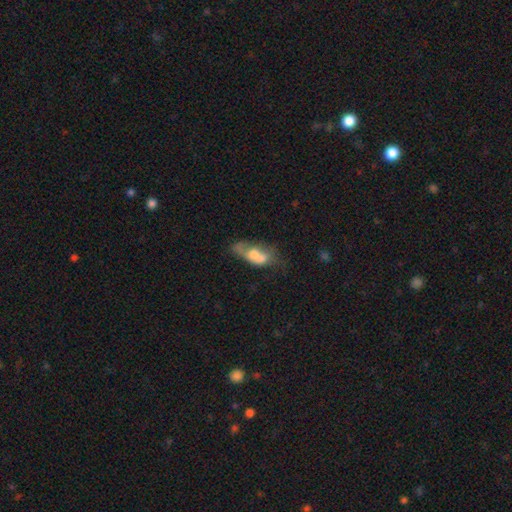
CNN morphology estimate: type=smooth (56%); roundness=in between (80%); merging=merger (36%).